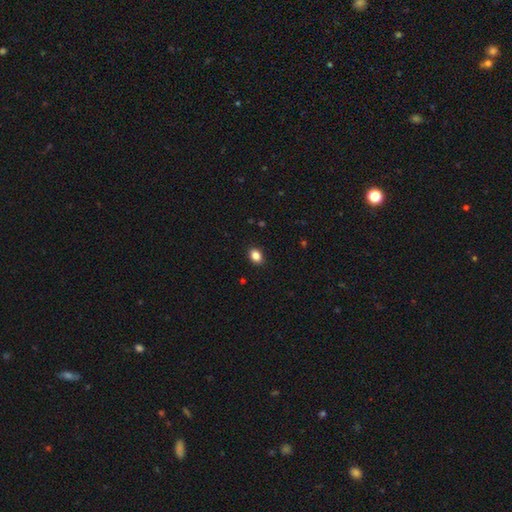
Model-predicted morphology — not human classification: Smooth or featured? smooth (86%)
How rounded? in between (69%)
Merging? none (90%)